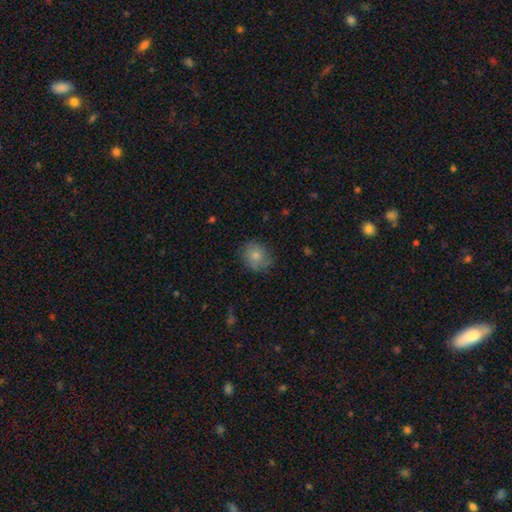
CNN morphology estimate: This is likely a smooth galaxy (77%). How rounded: likely round (77%). Merging: likely none (74%).